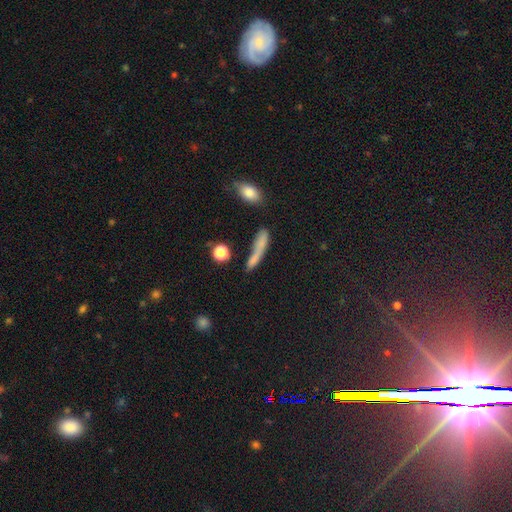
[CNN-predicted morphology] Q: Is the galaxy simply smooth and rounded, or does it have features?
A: smooth — 71%.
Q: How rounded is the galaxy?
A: cigar-shaped — 76%.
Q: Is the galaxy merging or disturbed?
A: none — 50%.